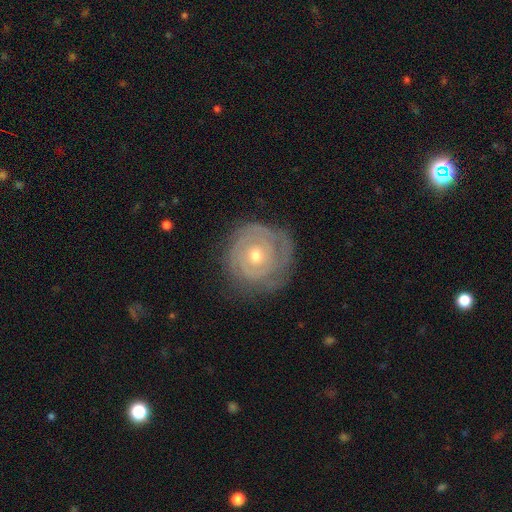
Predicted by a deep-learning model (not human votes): Overall: featured or disk (79%). Edge-on disk: no (97%). Bar: no (81%). Spiral arms: yes (87%). Spiral arm count: can't tell (37%; 2 28%). Spiral winding: tight (81%). Bulge size: moderate (54%; small 42%). Merging: none (72%).